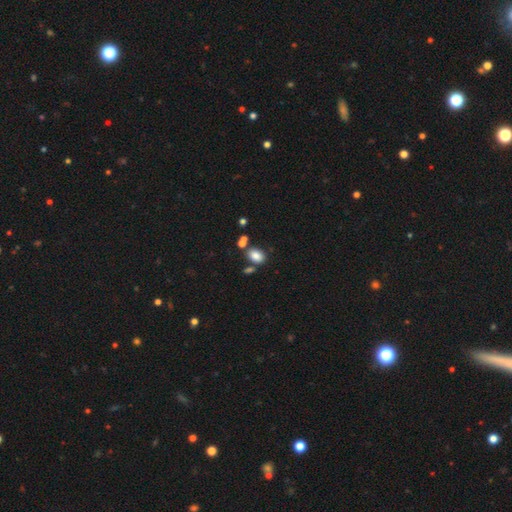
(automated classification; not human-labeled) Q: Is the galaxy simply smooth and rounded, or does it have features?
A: smooth — 83%.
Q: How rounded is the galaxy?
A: in between — 79%.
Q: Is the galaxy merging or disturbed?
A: none — 65%.